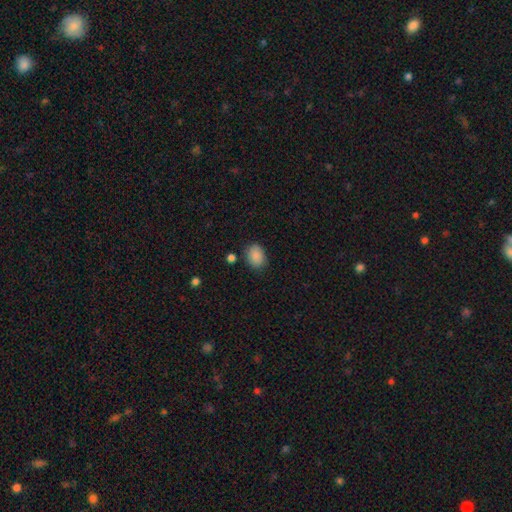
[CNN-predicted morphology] A smooth galaxy with no disk features (88%) that is in between round and cigar-shaped (65%). Merging: none (79%).